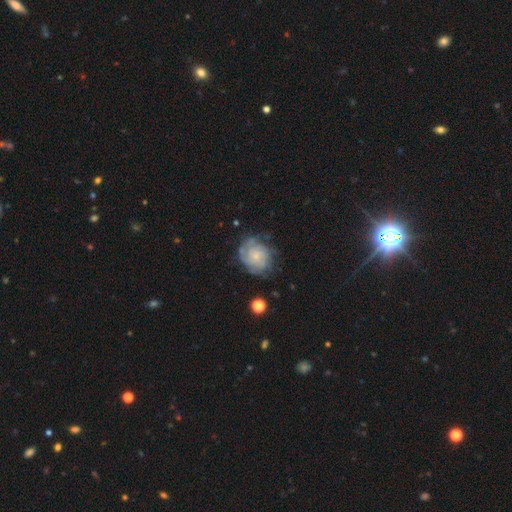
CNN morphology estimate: Smooth or featured? Predicted: featured or disk (p=0.73). Edge-on disk? Predicted: no (p=0.98). Bar? Predicted: no (p=0.78). Spiral arms? Predicted: yes (p=0.90). Spiral winding? Predicted: tight (p=0.63). Spiral arm count? Predicted: can't tell (p=0.44). Bulge size? Predicted: small (p=0.70). Merging? Predicted: none (p=0.64).